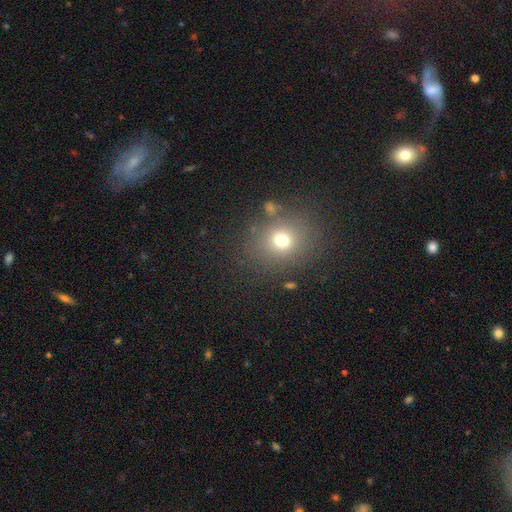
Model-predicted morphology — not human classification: Smooth or featured? smooth (59%)
How rounded? round (76%)
Merging? none (84%)